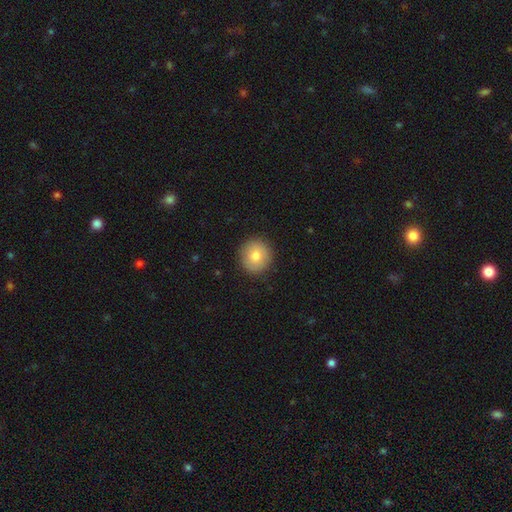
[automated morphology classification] smooth-or-featured: smooth: 80% | featured or disk: 12% | star or artifact: 8%
  how-rounded: round: 92% | in between: 7% | cigar-shaped: 1%
  merging: none: 90% | minor disturbance: 7% | major disturbance: 2% | merger: 1%